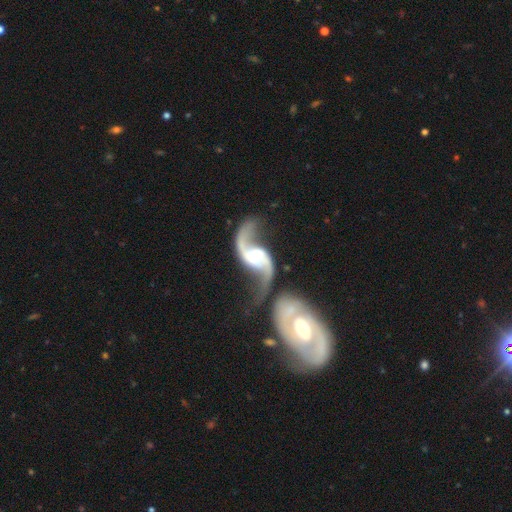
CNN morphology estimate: A featured or disk galaxy (92%) with no bar (42%), 2 (94%) loose (82%) spiral arms (97%) and a moderate central bulge (50%).

Vote fractions:
- Smooth or featured? featured or disk: 92% / star or artifact: 4% / smooth: 4%
- Edge-on disk? no: 97% / yes: 3%
- Bar? no: 42% / weak: 40% / strong: 18%
- Spiral arms? yes: 97% / no: 3%
- Spiral winding? loose: 82% / medium: 15% / tight: 4%
- Spiral arm count? 2: 94% / 1: 2% / can't tell: 1% / 3: 1% / 4: 1% / more than 4: 1%
- Bulge size? moderate: 50% / small: 39% / large: 6% / none: 3% / dominant: 2%
- Merging? none: 45% / merger: 29% / minor disturbance: 14% / major disturbance: 13%